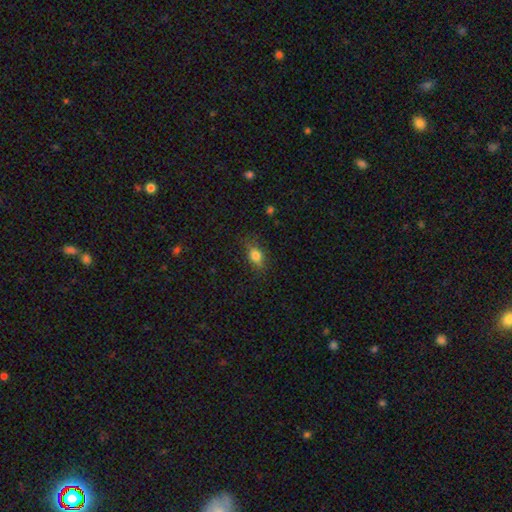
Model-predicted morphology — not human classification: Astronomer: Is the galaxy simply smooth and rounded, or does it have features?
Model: smooth — 77%.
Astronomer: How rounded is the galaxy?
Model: in between — 72%.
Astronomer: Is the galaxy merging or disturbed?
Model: none — 75%.